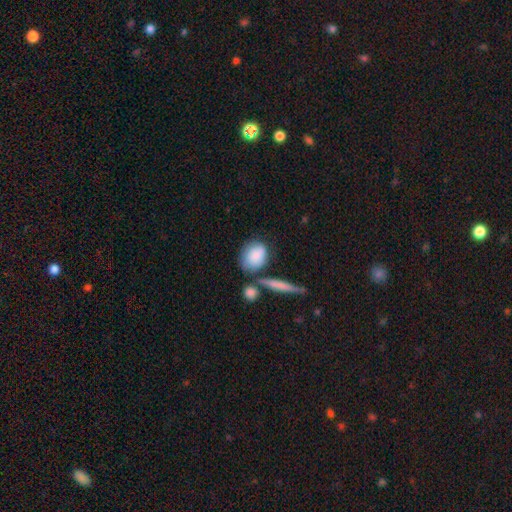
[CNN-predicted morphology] smooth-or-featured: smooth: 83% | featured or disk: 10% | star or artifact: 6%
  how-rounded: in between: 56% | round: 39% | cigar-shaped: 5%
  merging: none: 52% | merger: 20% | minor disturbance: 20% | major disturbance: 8%